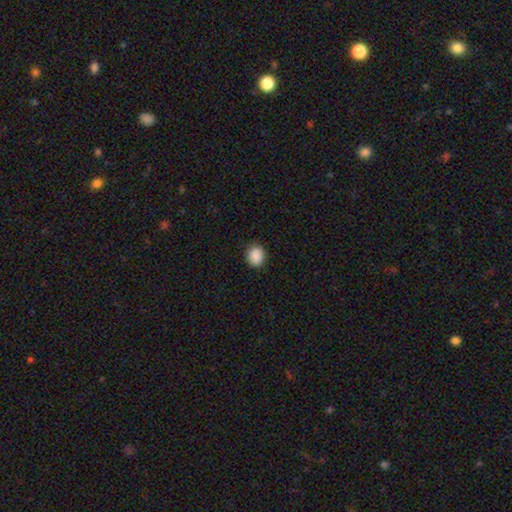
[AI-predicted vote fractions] Smooth or featured: smooth — 89% (star or artifact — 8%)
How rounded: round — 70% (in between — 29%)
Merging: none — 88% (minor disturbance — 9%)